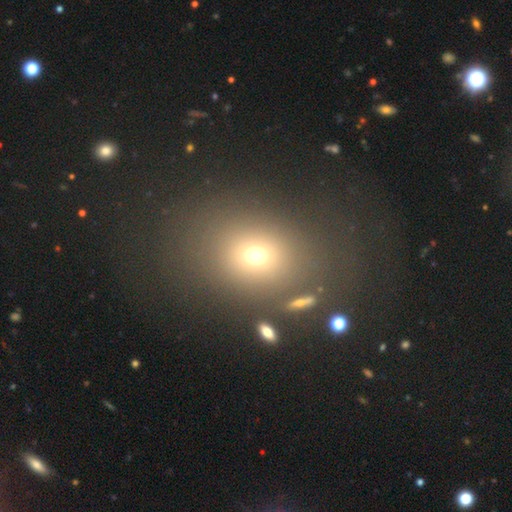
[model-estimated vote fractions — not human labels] A smooth galaxy with no disk features (64%) that is round (55%). Merging: none (77%).